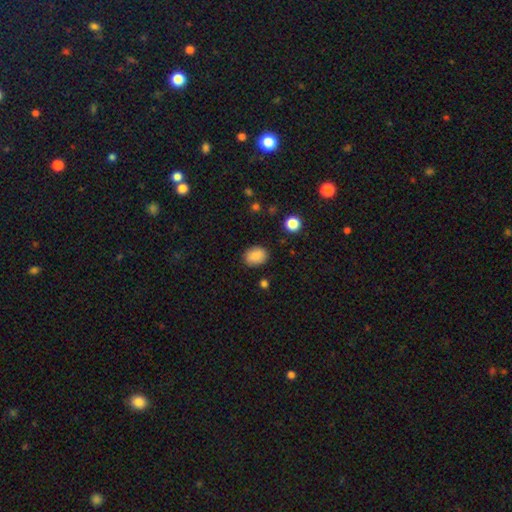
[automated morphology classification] This is clearly a smooth galaxy (87%). How rounded: likely in between (63%). Merging: clearly none (86%).